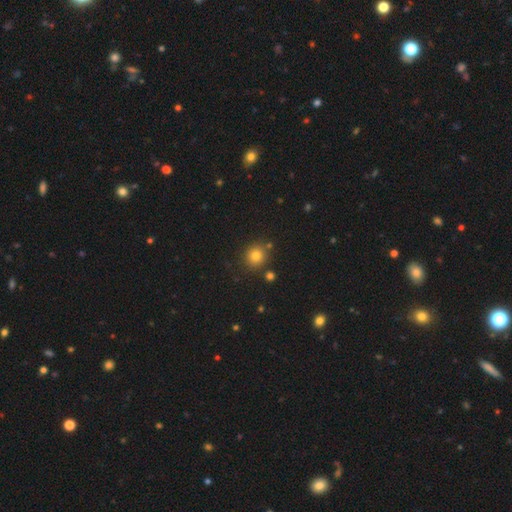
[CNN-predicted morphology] Q: Smooth or featured?
A: smooth (80%); runner-up: star or artifact (13%)
Q: How rounded?
A: round (88%); runner-up: in between (11%)
Q: Merging?
A: none (82%); runner-up: minor disturbance (9%)